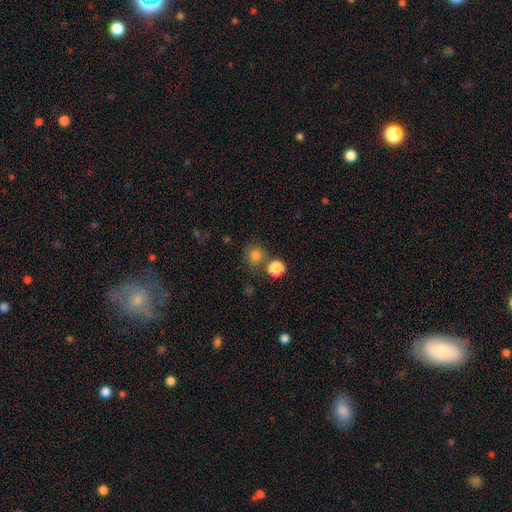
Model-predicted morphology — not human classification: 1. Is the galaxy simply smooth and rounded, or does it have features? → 79% smooth, 14% star or artifact, 7% featured or disk.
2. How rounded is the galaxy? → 88% round, 11% in between, 1% cigar-shaped.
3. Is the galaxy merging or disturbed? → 66% none, 19% merger, 11% minor disturbance, 5% major disturbance.